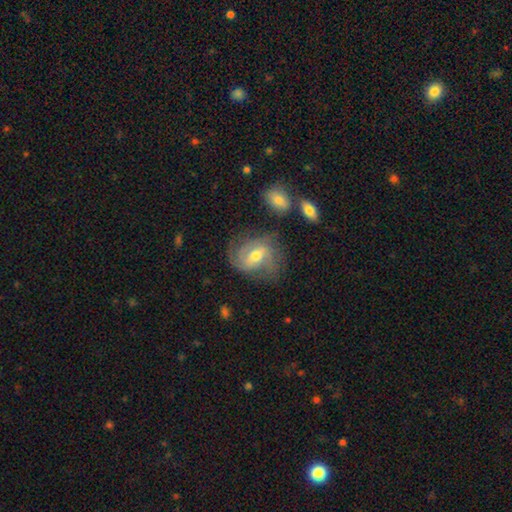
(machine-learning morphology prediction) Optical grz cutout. It shows a featured or disk galaxy (73%) with a weak bar (52%), 2 (49%) medium (44%) spiral arms (89%) and a moderate central bulge (69%). Merging: none (64%).